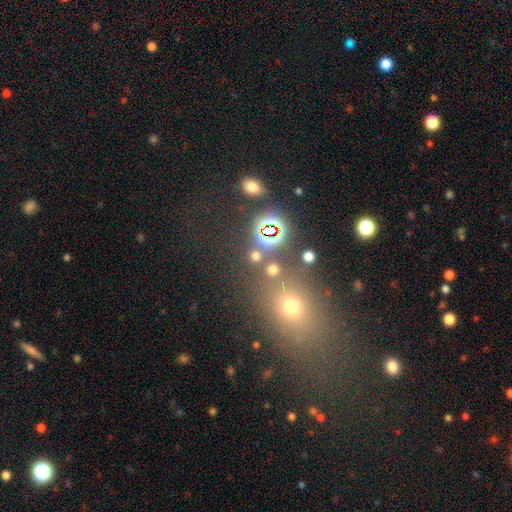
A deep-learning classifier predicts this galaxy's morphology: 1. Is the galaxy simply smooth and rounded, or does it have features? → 54% smooth, 38% star or artifact, 8% featured or disk.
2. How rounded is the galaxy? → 84% round, 14% in between, 2% cigar-shaped.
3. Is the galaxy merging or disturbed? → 75% none, 13% merger, 7% minor disturbance, 5% major disturbance.